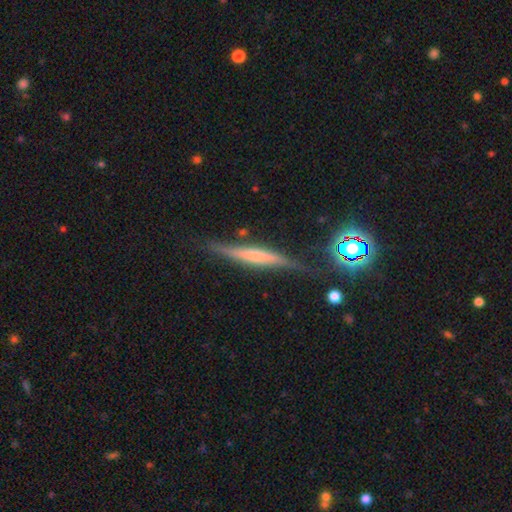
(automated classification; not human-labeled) A featured or disk galaxy (55%) viewed edge-on (94%) with no central bulge (38%).

Vote fractions:
- Smooth or featured? featured or disk: 55% / smooth: 35% / star or artifact: 10%
- Edge-on disk? yes: 94% / no: 6%
- Edge-on bulge? none: 38% / boxy: 33% / rounded: 29%
- Merging? none: 75% / minor disturbance: 17% / major disturbance: 5% / merger: 4%